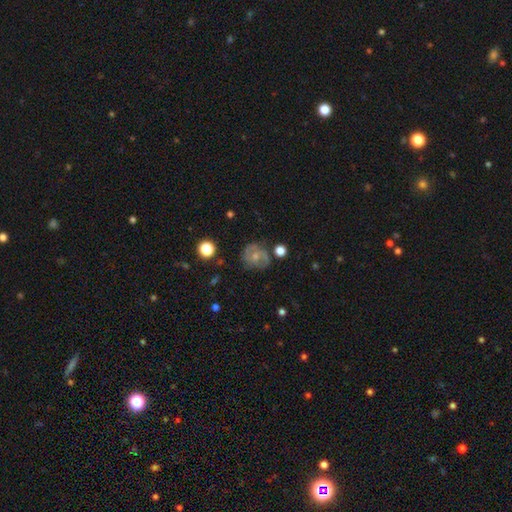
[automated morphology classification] smooth_or_featured: featured or disk (p=0.62) [alt: smooth p=0.29]
disk_edge_on: no (p=0.97) [alt: yes p=0.03]
bar: no (p=0.71) [alt: weak p=0.25]
has_spiral_arms: yes (p=0.85) [alt: no p=0.15]
spiral_winding: medium (p=0.43) [alt: tight p=0.42]
spiral_arm_count: 2 (p=0.57) [alt: can't tell p=0.21]
bulge_size: small (p=0.55) [alt: moderate p=0.37]
merging: none (p=0.68) [alt: minor disturbance p=0.20]